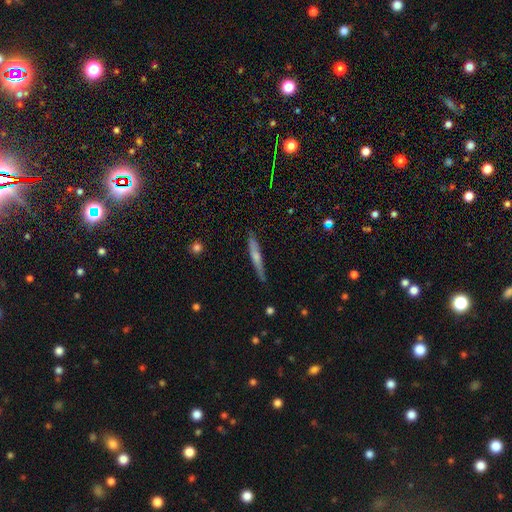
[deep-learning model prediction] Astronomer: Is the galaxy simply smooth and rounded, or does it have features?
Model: smooth — 49% (runner-up: featured or disk, 45%).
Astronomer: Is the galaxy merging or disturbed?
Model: none — 83%.